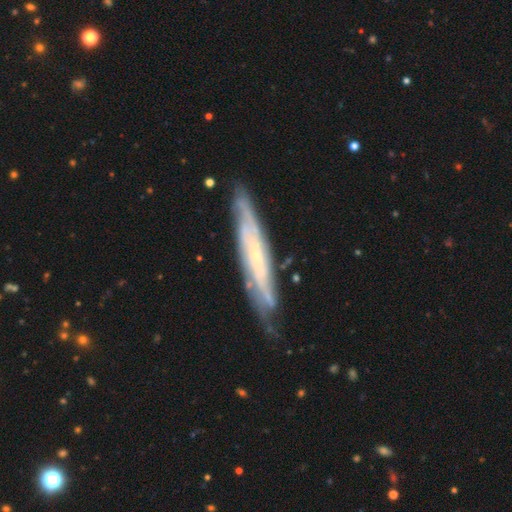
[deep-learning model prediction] smooth_or_featured: featured or disk (p=0.77) [alt: smooth p=0.17]
disk_edge_on: yes (p=0.53) [alt: no p=0.47]
merging: none (p=0.77) [alt: minor disturbance p=0.18]